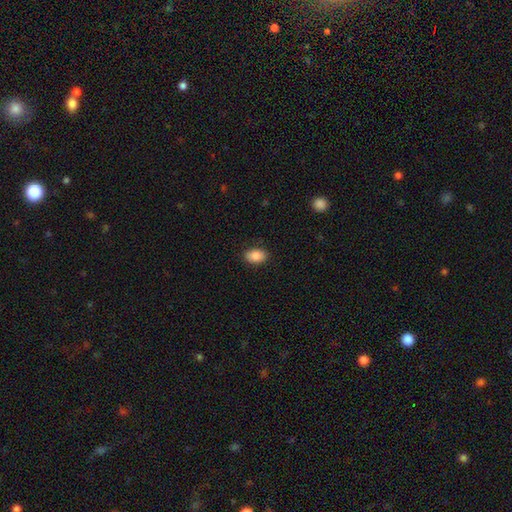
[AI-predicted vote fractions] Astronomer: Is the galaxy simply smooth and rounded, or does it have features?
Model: smooth — 86%.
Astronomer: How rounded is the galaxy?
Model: in between — 86%.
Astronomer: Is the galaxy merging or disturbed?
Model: none — 87%.